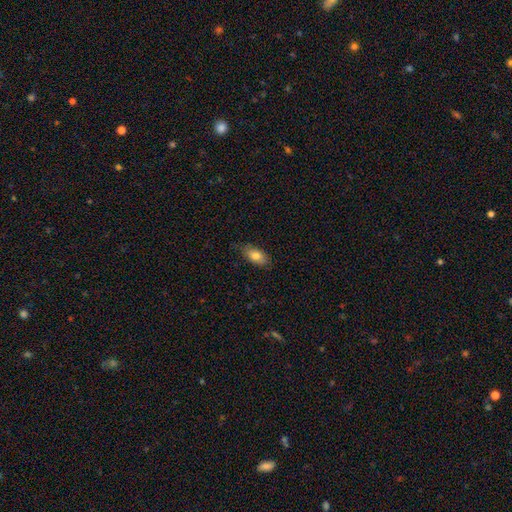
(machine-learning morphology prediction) Q: Smooth or featured?
A: smooth (79%); runner-up: featured or disk (14%)
Q: How rounded?
A: in between (89%); runner-up: cigar-shaped (7%)
Q: Merging?
A: none (75%); runner-up: minor disturbance (21%)